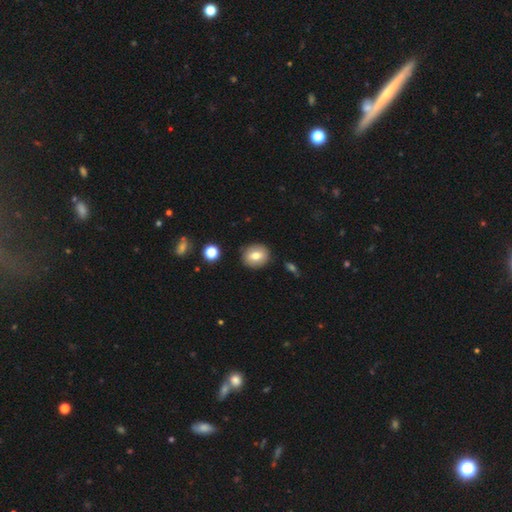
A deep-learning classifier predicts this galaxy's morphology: A smooth galaxy with no disk features (74%) that is round (64%).

Vote fractions:
- Smooth or featured? smooth: 74% / featured or disk: 17% / star or artifact: 9%
- How rounded? round: 64% / in between: 35% / cigar-shaped: 1%
- Merging? none: 87% / minor disturbance: 8% / major disturbance: 2% / merger: 2%